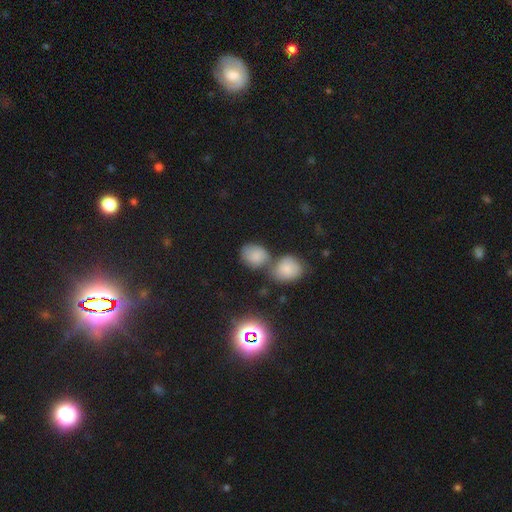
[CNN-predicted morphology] A smooth galaxy with no disk features (76%) that is round (55%).

Vote fractions:
- Smooth or featured? smooth: 76% / star or artifact: 13% / featured or disk: 11%
- How rounded? round: 55% / in between: 44% / cigar-shaped: 1%
- Merging? none: 44% / merger: 37% / minor disturbance: 13% / major disturbance: 5%